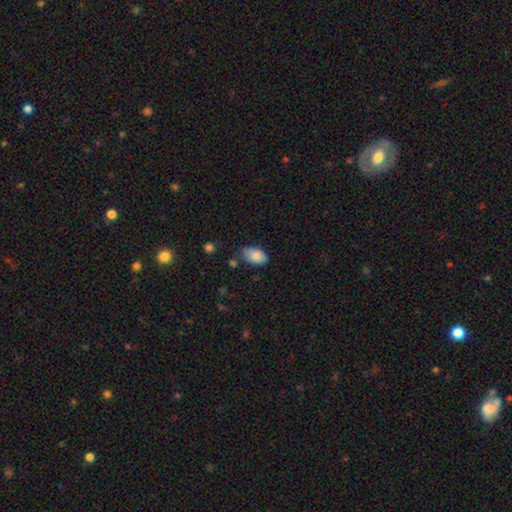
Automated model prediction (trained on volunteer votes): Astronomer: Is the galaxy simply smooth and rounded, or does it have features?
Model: smooth — 83%.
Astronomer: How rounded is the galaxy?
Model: in between — 93%.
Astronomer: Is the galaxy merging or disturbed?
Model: none — 63%.